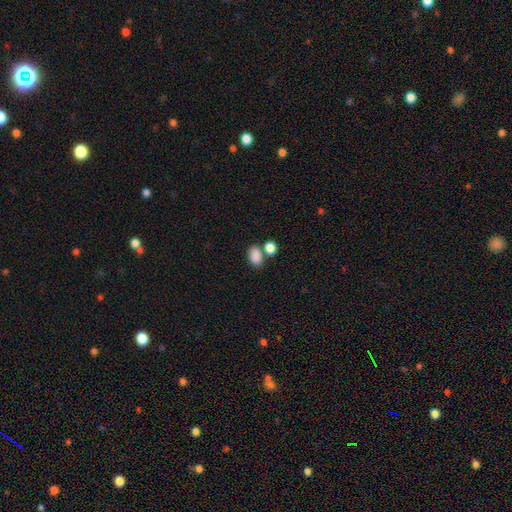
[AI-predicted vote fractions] This appears to be a smooth galaxy with no disk features (86%) that is in between round and cigar-shaped (82%). Merging: none (56%).